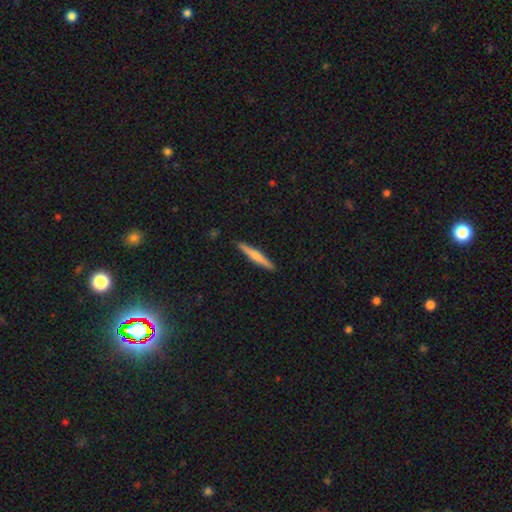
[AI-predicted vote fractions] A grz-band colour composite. It shows a smooth galaxy with no disk features (58%) that is cigar-shaped (95%). Merging: none (91%).